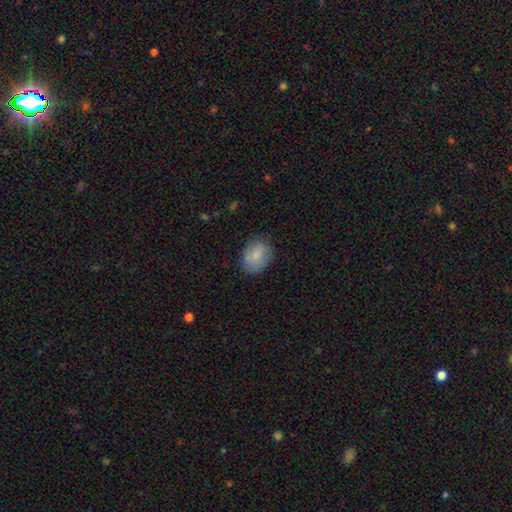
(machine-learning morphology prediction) This appears to be a smooth galaxy with no disk features (78%) that is in between round and cigar-shaped (63%). Merging: none (74%).